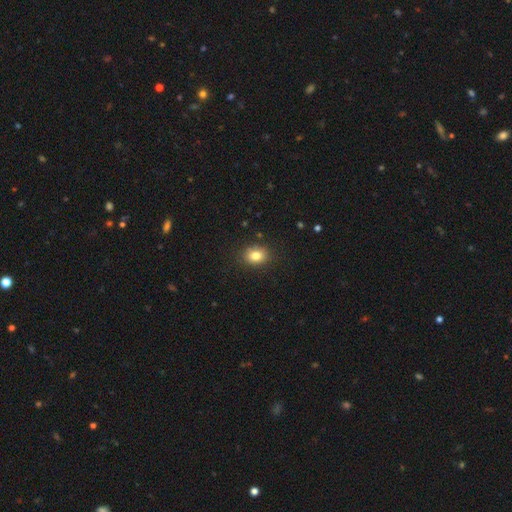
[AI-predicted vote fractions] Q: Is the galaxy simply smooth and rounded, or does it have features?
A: smooth — 82%.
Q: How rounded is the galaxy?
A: in between — 58%.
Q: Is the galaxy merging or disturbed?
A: none — 86%.